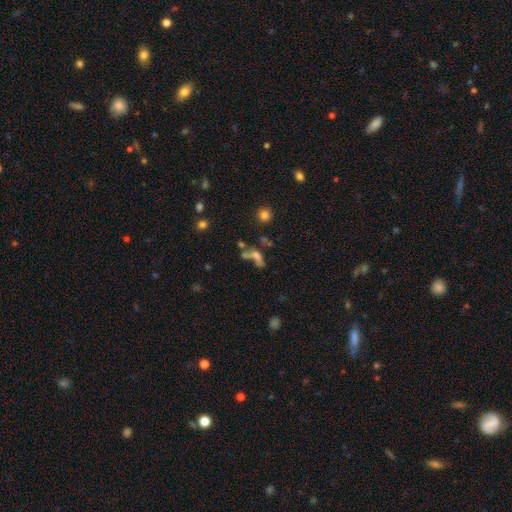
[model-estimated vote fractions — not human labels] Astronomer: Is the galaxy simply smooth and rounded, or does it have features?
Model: smooth — 48% (runner-up: featured or disk, 31%).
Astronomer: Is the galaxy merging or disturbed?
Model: merger — 40% (runner-up: none, 26%).